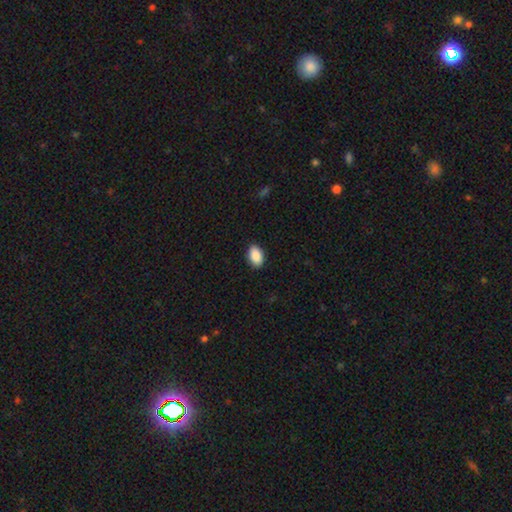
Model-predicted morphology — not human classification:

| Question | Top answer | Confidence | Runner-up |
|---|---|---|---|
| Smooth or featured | smooth | 90% | star or artifact (7%) |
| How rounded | in between | 91% | round (8%) |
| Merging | none | 89% | minor disturbance (8%) |